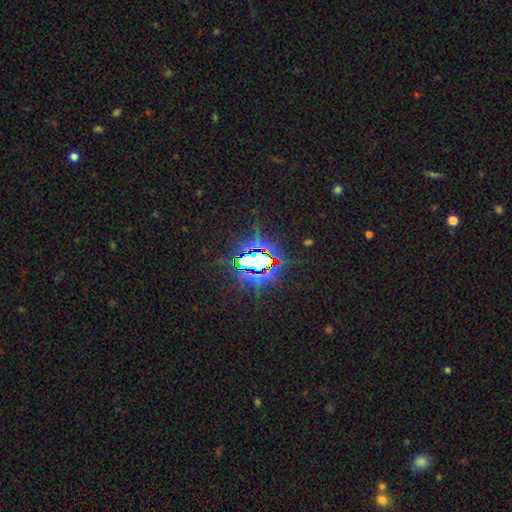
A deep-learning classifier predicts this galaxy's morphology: Q: Smooth or featured?
A: star or artifact (73%); runner-up: smooth (16%)